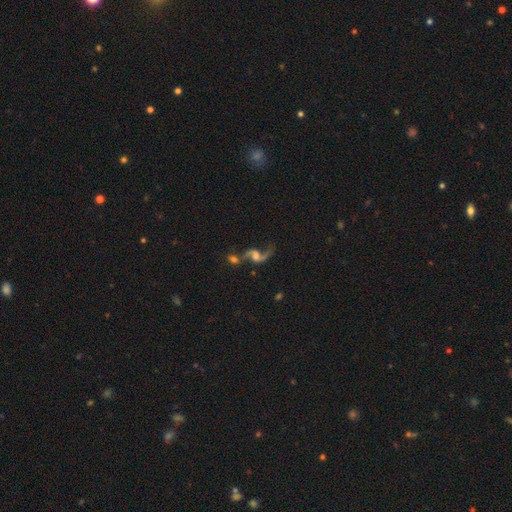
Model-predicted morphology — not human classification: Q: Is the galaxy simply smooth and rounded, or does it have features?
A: featured or disk — 81%.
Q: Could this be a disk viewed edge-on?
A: no — 96%.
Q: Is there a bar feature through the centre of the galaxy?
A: no — 48%.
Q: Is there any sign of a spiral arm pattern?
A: yes — 93%.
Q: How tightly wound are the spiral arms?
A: loose — 86%.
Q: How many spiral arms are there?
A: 2 — 86%.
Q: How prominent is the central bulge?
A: moderate — 37%.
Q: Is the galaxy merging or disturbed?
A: merger — 39%.